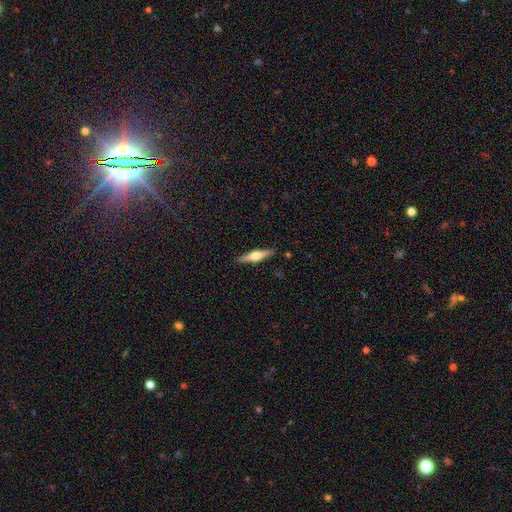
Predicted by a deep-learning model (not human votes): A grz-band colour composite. It shows a featured or disk galaxy (64%) viewed edge-on (97%) with a rounded central bulge (94%). Merging: none (90%).